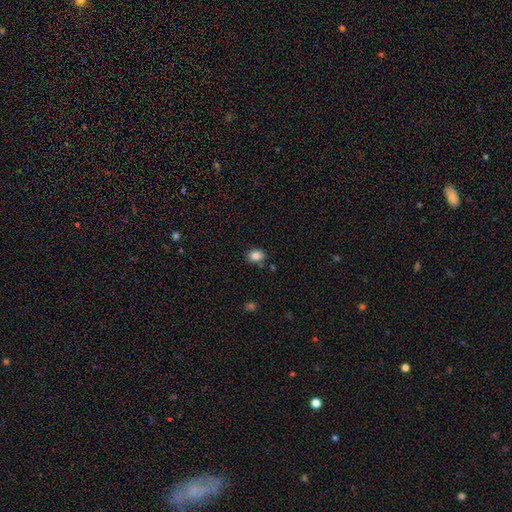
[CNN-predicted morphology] Smooth or featured: smooth — 86% (star or artifact — 10%)
How rounded: in between — 62% (round — 37%)
Merging: none — 78% (minor disturbance — 14%)